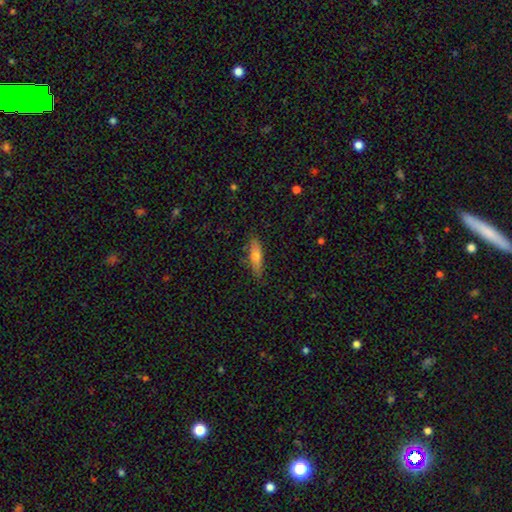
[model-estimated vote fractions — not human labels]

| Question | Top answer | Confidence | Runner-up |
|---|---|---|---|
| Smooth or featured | smooth | 67% | featured or disk (26%) |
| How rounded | cigar-shaped | 66% | in between (32%) |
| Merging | none | 84% | minor disturbance (13%) |